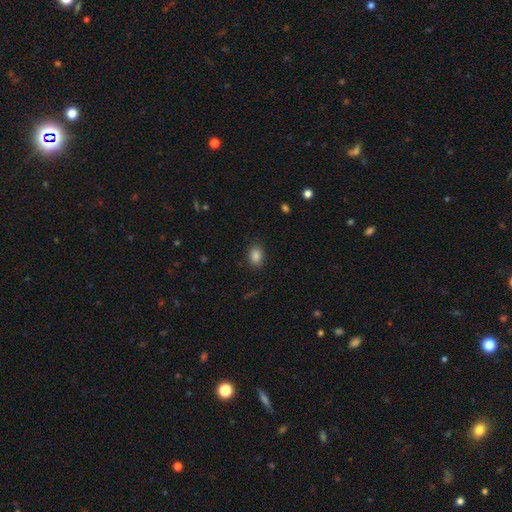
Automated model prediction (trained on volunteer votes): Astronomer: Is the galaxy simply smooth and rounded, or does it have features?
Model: smooth — 86%.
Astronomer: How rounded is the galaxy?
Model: in between — 71%.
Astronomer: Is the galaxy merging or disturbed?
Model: none — 86%.